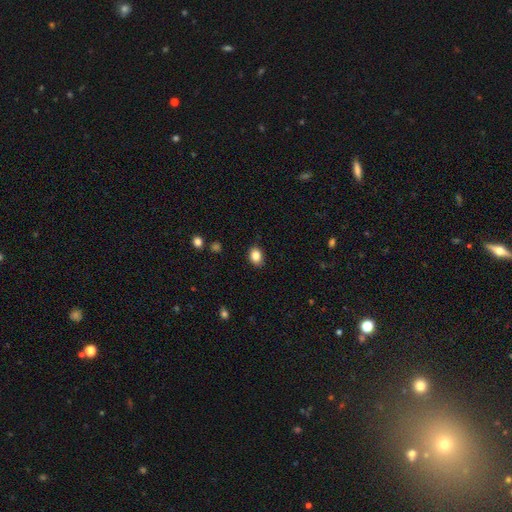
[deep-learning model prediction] Smooth or featured? Predicted: smooth (p=0.84). How rounded? Predicted: in between (p=0.61). Merging? Predicted: none (p=0.87).